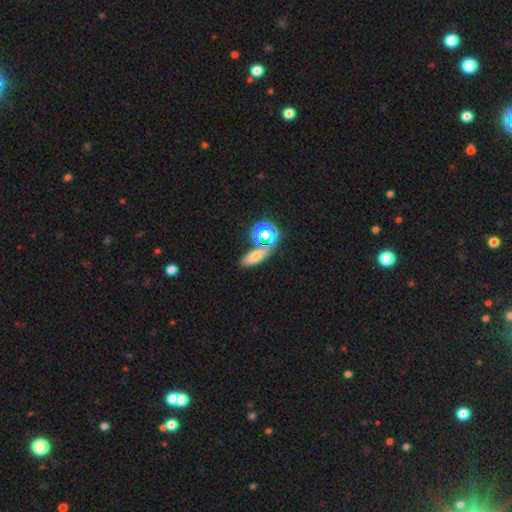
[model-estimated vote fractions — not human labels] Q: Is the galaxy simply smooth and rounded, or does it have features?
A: smooth — 61%.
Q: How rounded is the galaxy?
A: in between — 62%.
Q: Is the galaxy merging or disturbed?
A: none — 65%.